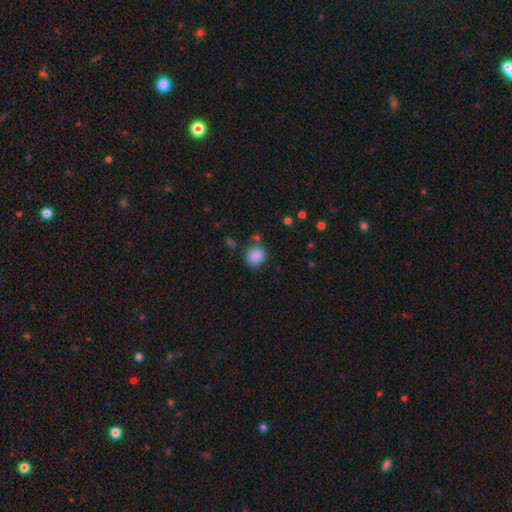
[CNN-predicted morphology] Overall: smooth (87%). How rounded: round (76%). Merging: none (76%).